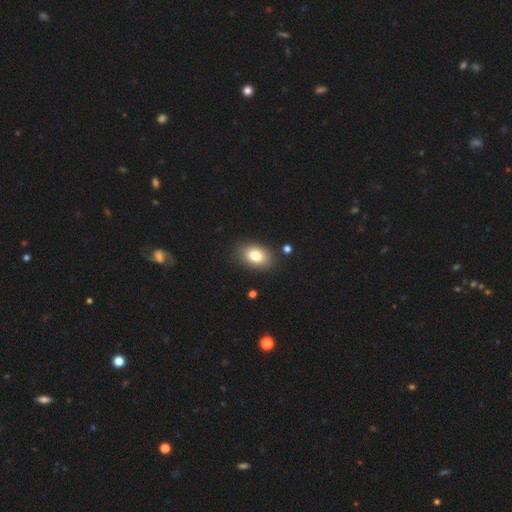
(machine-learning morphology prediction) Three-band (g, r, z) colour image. It shows a smooth galaxy with no disk features (81%) that is in between round and cigar-shaped (84%). Merging: none (85%).